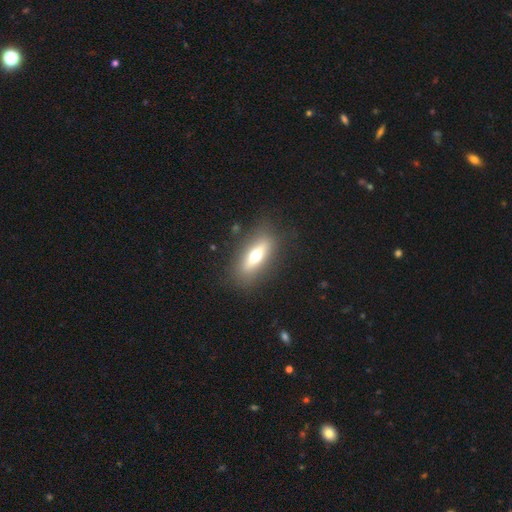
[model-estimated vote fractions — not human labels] Overall: smooth (49%; featured or disk 43%). Merging: none (84%).